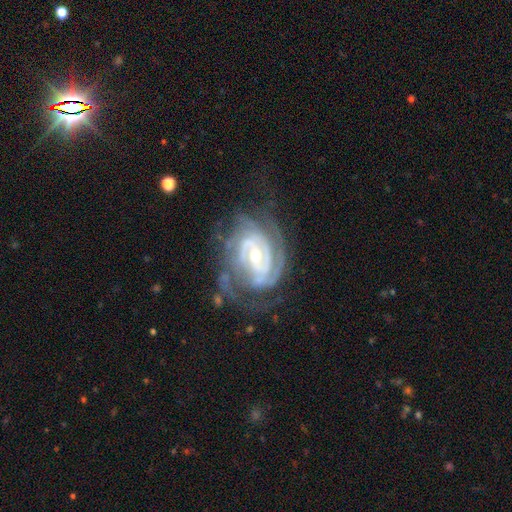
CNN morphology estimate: This appears to be a featured or disk galaxy (91%) with a weak bar (42%), 2 (34%) tight (70%) spiral arms (97%) and a moderate central bulge (53%). Merging: none (64%).